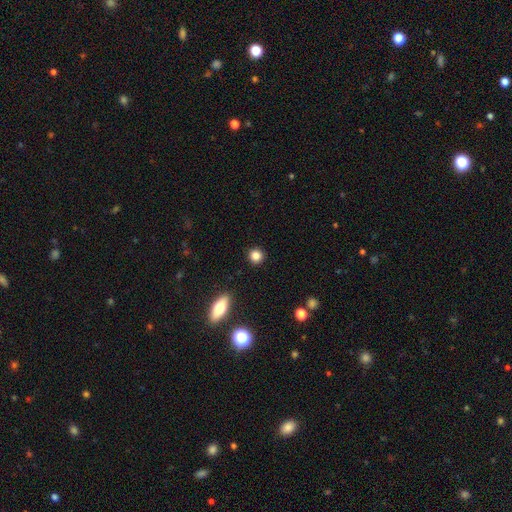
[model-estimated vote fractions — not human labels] This is clearly a smooth galaxy (85%). How rounded: clearly round (91%). Merging: clearly none (91%).